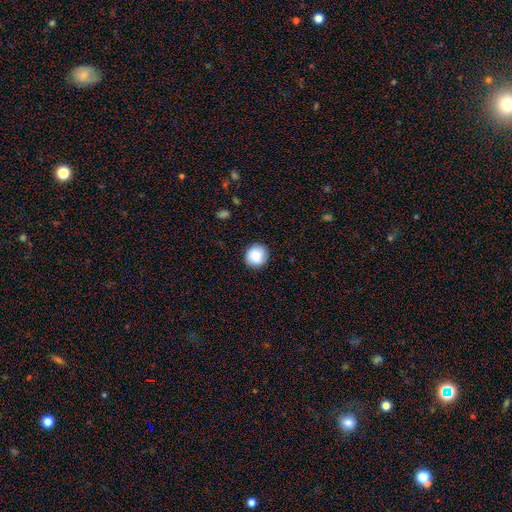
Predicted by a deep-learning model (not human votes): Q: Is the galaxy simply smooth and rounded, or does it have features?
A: smooth — 83%.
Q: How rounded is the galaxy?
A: round — 92%.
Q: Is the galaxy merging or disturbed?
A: none — 89%.